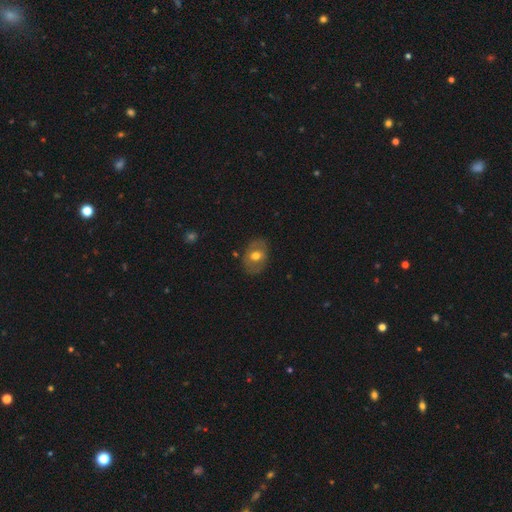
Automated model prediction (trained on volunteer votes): Smooth or featured? smooth (53%)
How rounded? in between (68%)
Merging? none (80%)